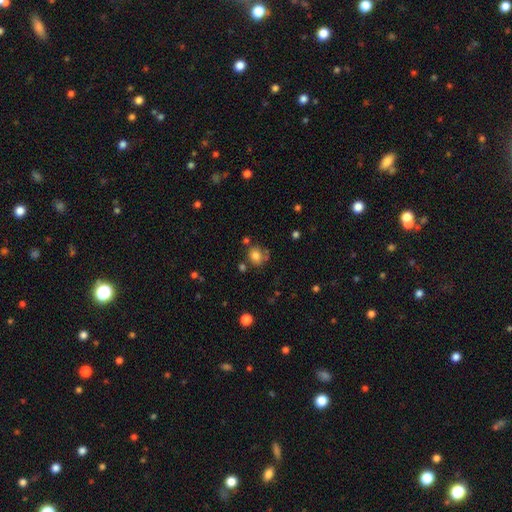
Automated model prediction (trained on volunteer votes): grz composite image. It shows a smooth galaxy with no disk features (78%) that is round (69%). Merging: none (63%).